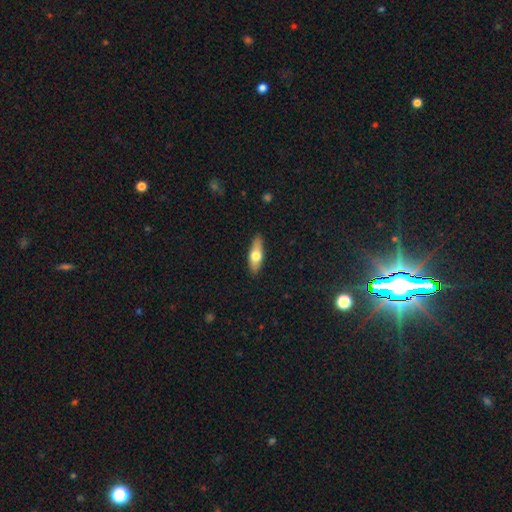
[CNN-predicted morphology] A smooth galaxy with no disk features (59%) that is in between round and cigar-shaped (55%).

Vote fractions:
- Smooth or featured? smooth: 59% / featured or disk: 35% / star or artifact: 6%
- How rounded? in between: 55% / cigar-shaped: 41% / round: 3%
- Merging? none: 88% / minor disturbance: 9% / major disturbance: 2% / merger: 1%